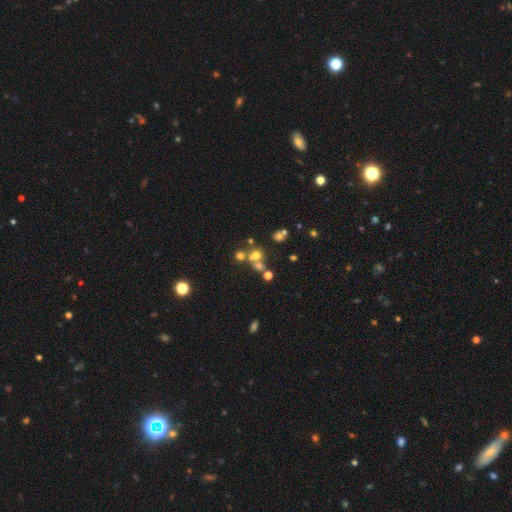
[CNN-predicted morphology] Q: Smooth or featured?
A: smooth (55%); runner-up: star or artifact (24%)
Q: How rounded?
A: round (84%); runner-up: in between (15%)
Q: Merging?
A: none (46%); runner-up: merger (41%)